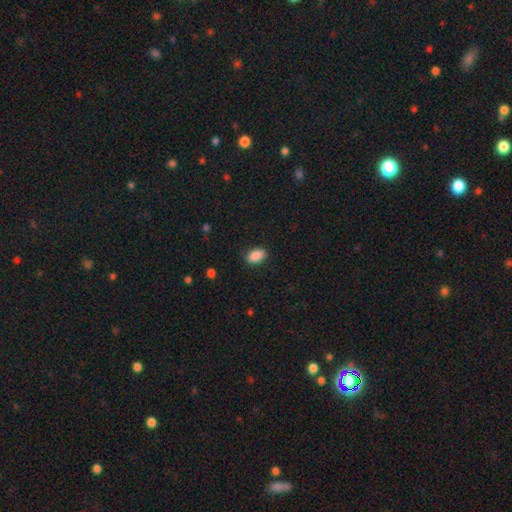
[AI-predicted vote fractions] Morphology: type=smooth (89%); roundness=in between (90%); merging=none (83%).